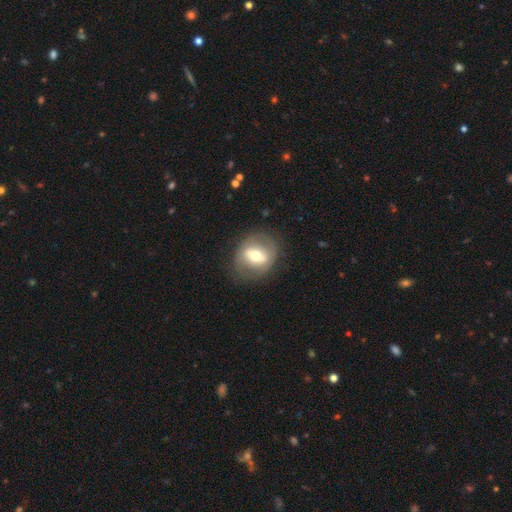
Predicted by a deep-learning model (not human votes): smooth-or-featured: featured or disk: 47% | smooth: 44% | star or artifact: 8%
  merging: none: 78% | minor disturbance: 13% | major disturbance: 7% | merger: 1%